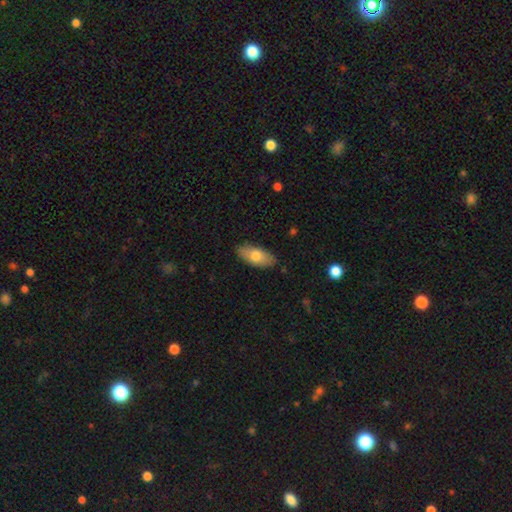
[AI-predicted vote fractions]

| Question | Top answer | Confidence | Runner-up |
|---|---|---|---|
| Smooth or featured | smooth | 75% | featured or disk (19%) |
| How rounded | in between | 89% | cigar-shaped (8%) |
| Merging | none | 84% | minor disturbance (13%) |